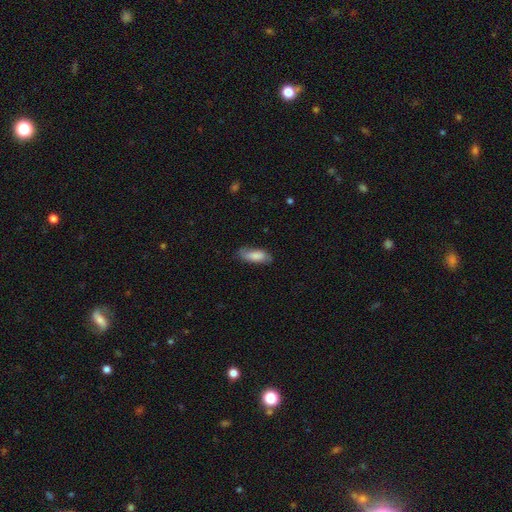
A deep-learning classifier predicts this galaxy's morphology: smooth 74%, featured or disk 20%, star or artifact 7%. Down the decision tree: how rounded — in between (73%); merging — none (69%).